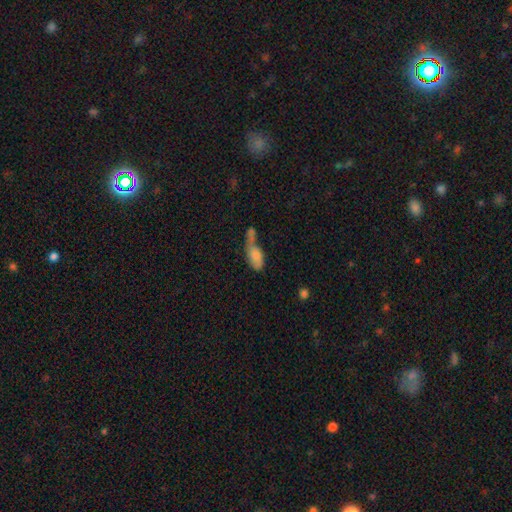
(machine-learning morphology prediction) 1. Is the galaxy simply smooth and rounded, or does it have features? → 66% smooth, 26% featured or disk, 8% star or artifact.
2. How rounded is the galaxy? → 83% in between, 11% cigar-shaped, 6% round.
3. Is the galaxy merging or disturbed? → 50% merger, 20% major disturbance, 17% none, 14% minor disturbance.